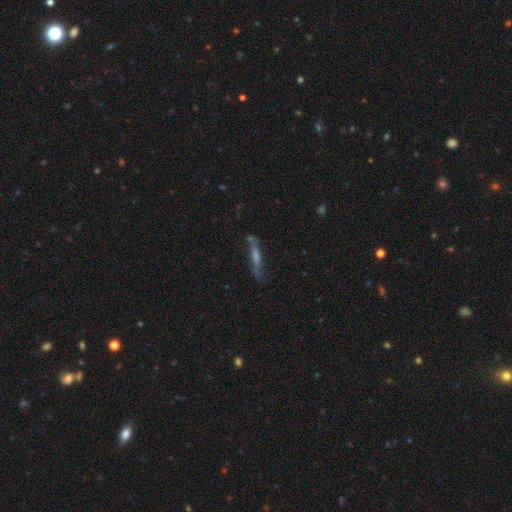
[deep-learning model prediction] This is likely a featured or disk galaxy (60%). It is likely viewed edge-on (72%). Merging: likely none (68%).